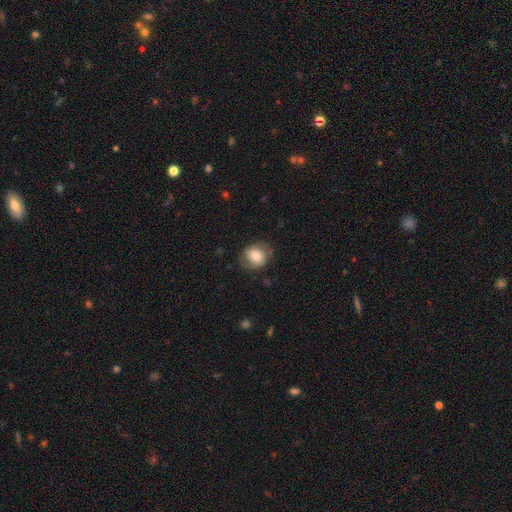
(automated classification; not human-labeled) Smooth or featured?
  - smooth: 73% *
  - featured or disk: 19%
  - star or artifact: 8%
How rounded?
  - round: 60% *
  - in between: 39%
  - cigar-shaped: 1%
Merging?
  - none: 71% *
  - minor disturbance: 20%
  - major disturbance: 8%
  - merger: 1%